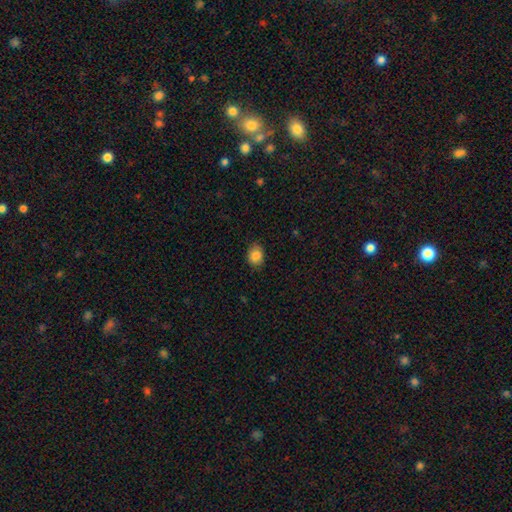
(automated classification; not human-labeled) A smooth galaxy with no disk features (86%) that is in between round and cigar-shaped (54%).

Vote fractions:
- Smooth or featured? smooth: 86% / star or artifact: 9% / featured or disk: 5%
- How rounded? in between: 54% / round: 45% / cigar-shaped: 1%
- Merging? none: 81% / minor disturbance: 15% / major disturbance: 3% / merger: 1%